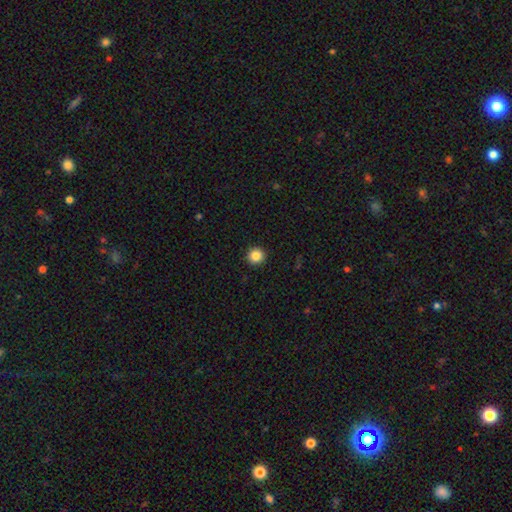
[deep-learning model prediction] A smooth galaxy with no disk features (85%) that is round (95%). Merging: none (93%).